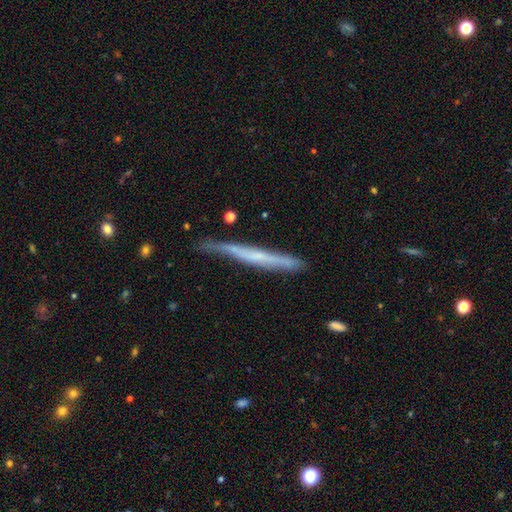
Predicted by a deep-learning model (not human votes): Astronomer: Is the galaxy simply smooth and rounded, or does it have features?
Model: featured or disk — 55% (runner-up: smooth, 39%).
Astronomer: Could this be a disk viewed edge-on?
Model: yes — 92%.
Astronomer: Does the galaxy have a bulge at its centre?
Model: none — 73%.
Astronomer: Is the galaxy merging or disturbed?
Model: none — 64%.